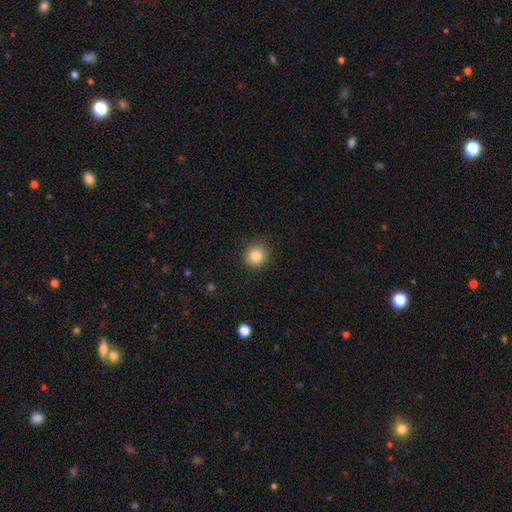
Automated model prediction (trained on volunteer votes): Smooth or featured?
  - smooth: 84% *
  - star or artifact: 11%
  - featured or disk: 6%
How rounded?
  - round: 91% *
  - in between: 8%
  - cigar-shaped: 1%
Merging?
  - none: 89% *
  - minor disturbance: 8%
  - major disturbance: 2%
  - merger: 1%